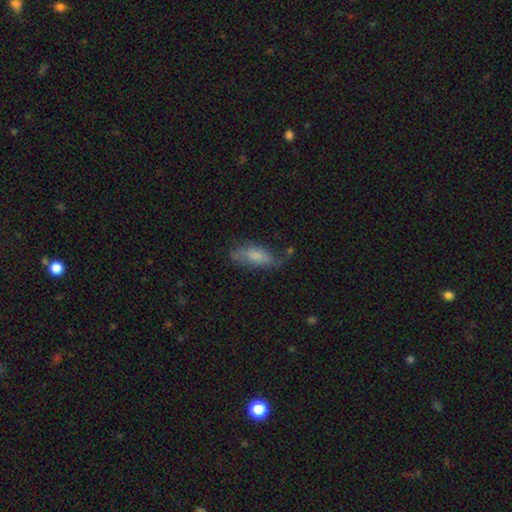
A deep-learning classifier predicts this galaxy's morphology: Smooth or featured: smooth — 67% (featured or disk — 25%)
How rounded: in between — 77% (cigar-shaped — 20%)
Merging: none — 52% (minor disturbance — 31%)